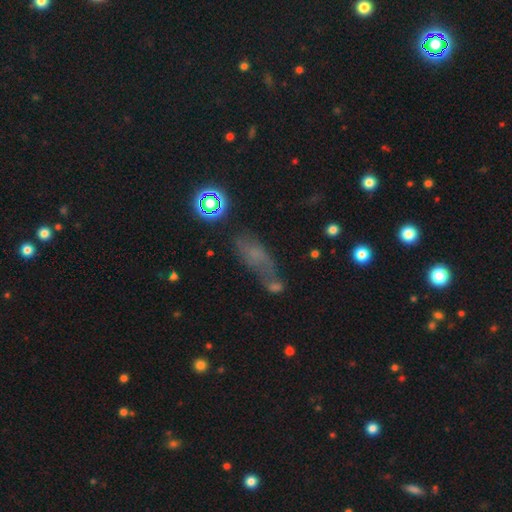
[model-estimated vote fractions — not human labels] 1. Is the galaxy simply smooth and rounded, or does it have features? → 45% smooth, 30% star or artifact, 24% featured or disk.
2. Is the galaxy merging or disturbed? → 40% none, 22% minor disturbance, 19% major disturbance, 18% merger.